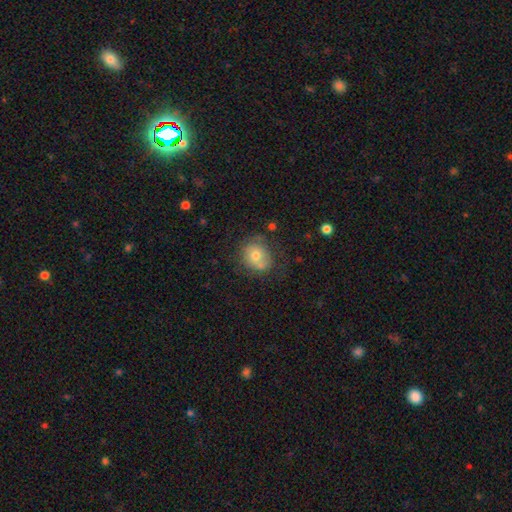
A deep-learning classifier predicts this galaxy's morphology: type=smooth (64%); roundness=round (73%); merging=none (60%).